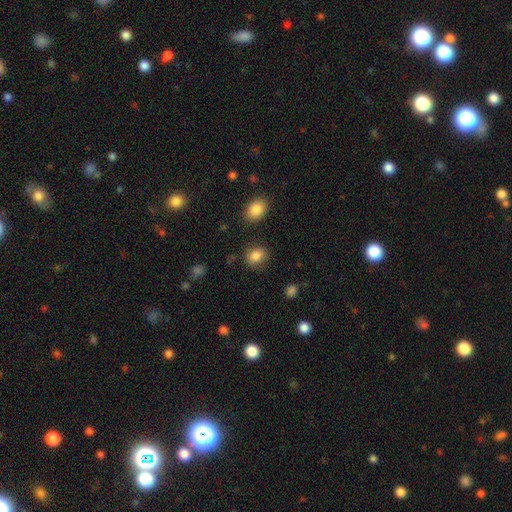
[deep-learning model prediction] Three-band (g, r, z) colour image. It shows a smooth galaxy with no disk features (85%) that is in between round and cigar-shaped (58%). Merging: none (78%).